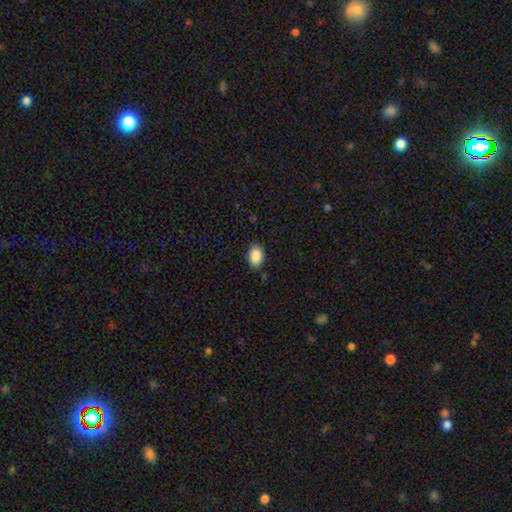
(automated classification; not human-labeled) smooth_or_featured: smooth (p=0.88) [alt: star or artifact p=0.08]
how_rounded: in between (p=0.85) [alt: round p=0.14]
merging: none (p=0.86) [alt: minor disturbance p=0.11]